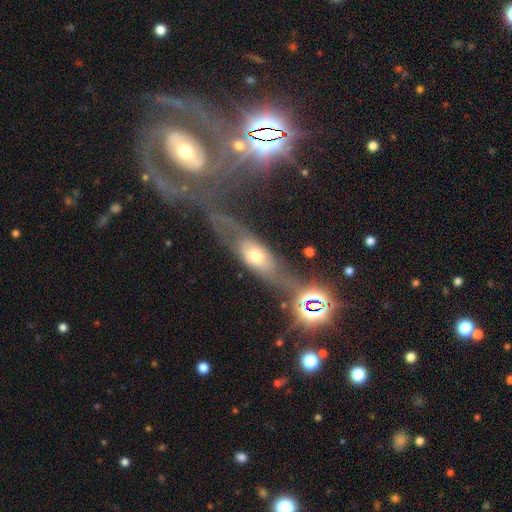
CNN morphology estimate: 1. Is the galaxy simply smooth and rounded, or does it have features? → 49% featured or disk, 34% smooth, 17% star or artifact.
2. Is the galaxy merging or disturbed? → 46% none, 21% major disturbance, 18% minor disturbance, 15% merger.